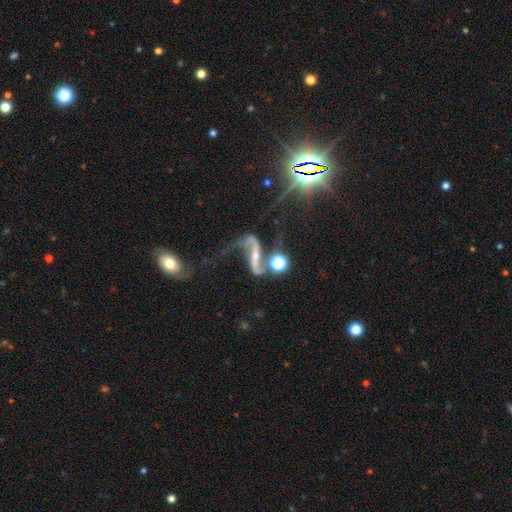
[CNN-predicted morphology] The model was most divided on "merging": none: 42%, major disturbance: 24%, merger: 18%, minor disturbance: 16%. Remaining: spiral arms — yes (94%); edge-on disk — no (92%); spiral arm count — 2 (90%); smooth or featured — featured or disk (84%); spiral winding — loose (84%); bulge size — small (53%); bar — strong (49%).